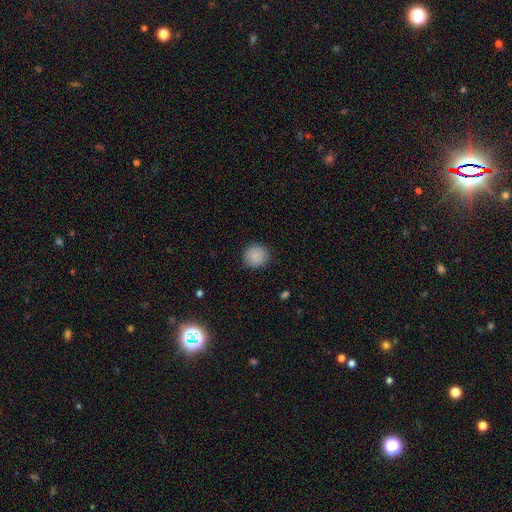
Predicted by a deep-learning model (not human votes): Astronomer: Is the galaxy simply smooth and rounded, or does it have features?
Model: smooth — 89%.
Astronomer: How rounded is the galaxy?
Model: round — 89%.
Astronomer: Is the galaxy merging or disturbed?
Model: none — 88%.